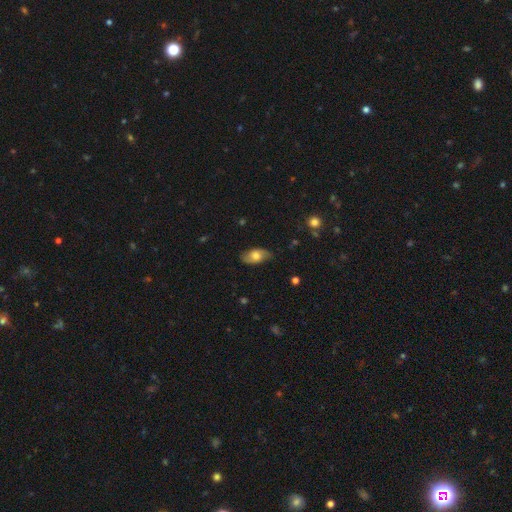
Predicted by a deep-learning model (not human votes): Overall: smooth (57%; featured or disk 36%). How rounded: in between (91%). Merging: none (78%).